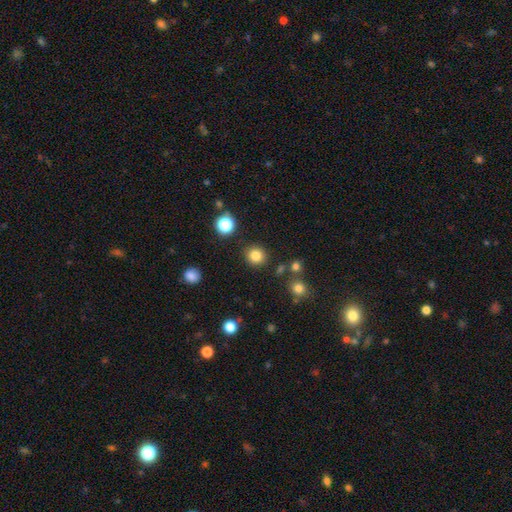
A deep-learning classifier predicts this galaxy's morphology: Smooth or featured: smooth — 83% (star or artifact — 12%)
How rounded: round — 90% (in between — 10%)
Merging: none — 89% (minor disturbance — 6%)